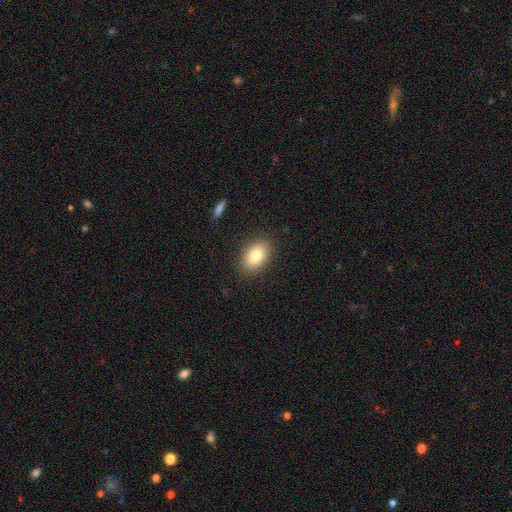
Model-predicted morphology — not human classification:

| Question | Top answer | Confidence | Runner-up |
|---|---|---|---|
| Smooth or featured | smooth | 81% | featured or disk (11%) |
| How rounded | in between | 86% | round (12%) |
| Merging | none | 87% | minor disturbance (9%) |